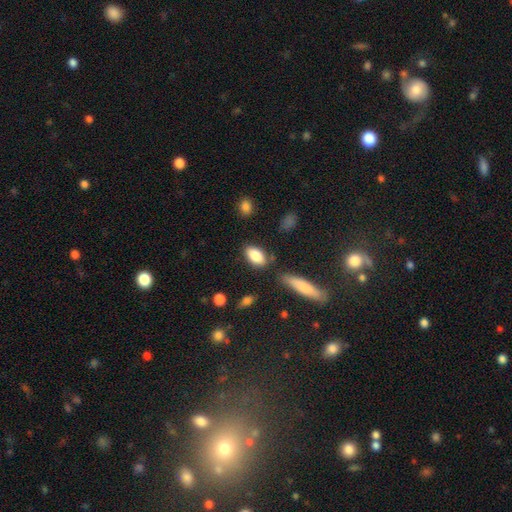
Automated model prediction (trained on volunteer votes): The model was most divided on "merging": none: 76%, minor disturbance: 14%, merger: 6%, major disturbance: 4%. More confident: how rounded — in between (90%); smooth or featured — smooth (83%).